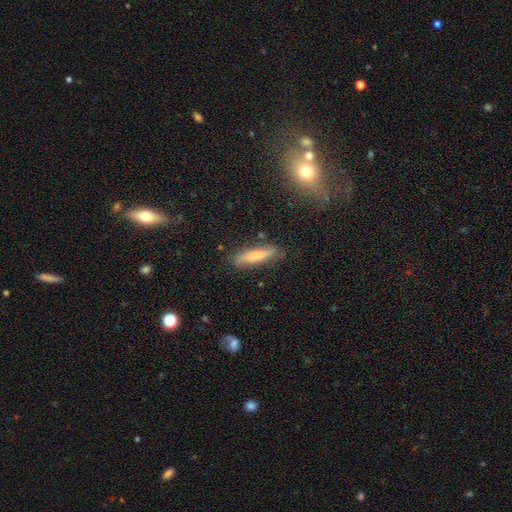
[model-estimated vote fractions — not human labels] Smooth or featured? Predicted: smooth (p=0.73). How rounded? Predicted: cigar-shaped (p=0.83). Merging? Predicted: none (p=0.80).